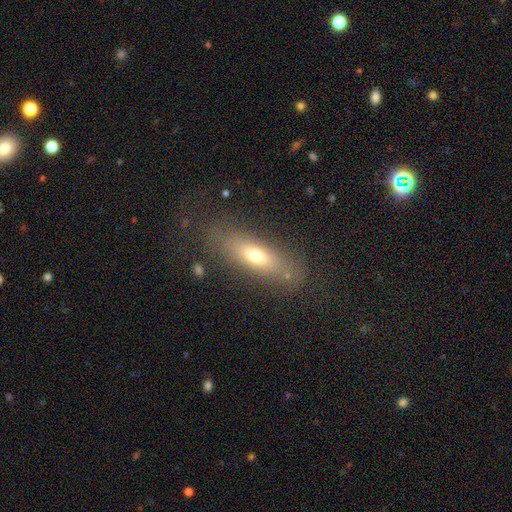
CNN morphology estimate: Overall: smooth (62%; featured or disk 28%). How rounded: in between (52%; cigar-shaped 43%). Merging: none (76%).